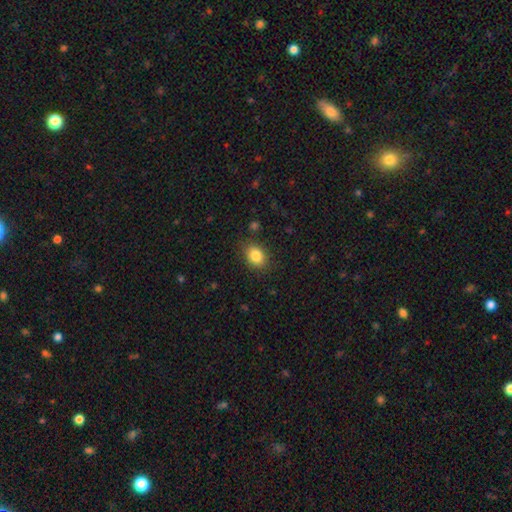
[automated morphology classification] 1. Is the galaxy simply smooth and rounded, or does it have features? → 84% smooth, 9% star or artifact, 6% featured or disk.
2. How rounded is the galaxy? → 65% in between, 34% round, 1% cigar-shaped.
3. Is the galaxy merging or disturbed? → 84% none, 12% minor disturbance, 3% major disturbance, 2% merger.